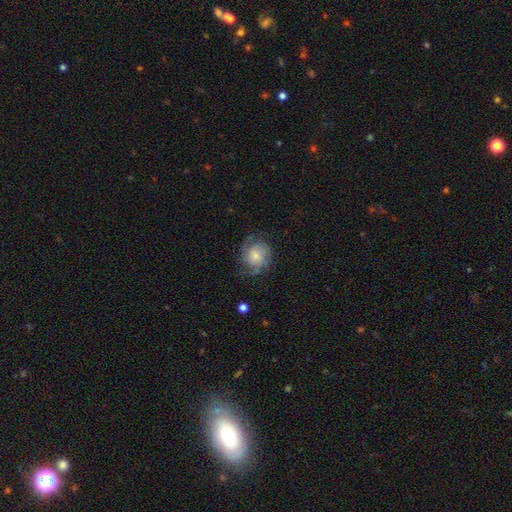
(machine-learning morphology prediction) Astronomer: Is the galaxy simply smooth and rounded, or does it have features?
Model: featured or disk — 61%.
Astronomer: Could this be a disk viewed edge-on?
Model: no — 98%.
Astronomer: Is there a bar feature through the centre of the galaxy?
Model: no — 72%.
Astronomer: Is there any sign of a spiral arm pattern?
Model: yes — 89%.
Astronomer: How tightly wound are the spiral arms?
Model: medium — 42% (runner-up: tight, 40%).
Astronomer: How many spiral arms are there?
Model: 2 — 48% (runner-up: can't tell, 24%).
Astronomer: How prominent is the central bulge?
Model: small — 54% (runner-up: moderate, 29%).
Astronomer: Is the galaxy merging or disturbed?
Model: none — 63%.